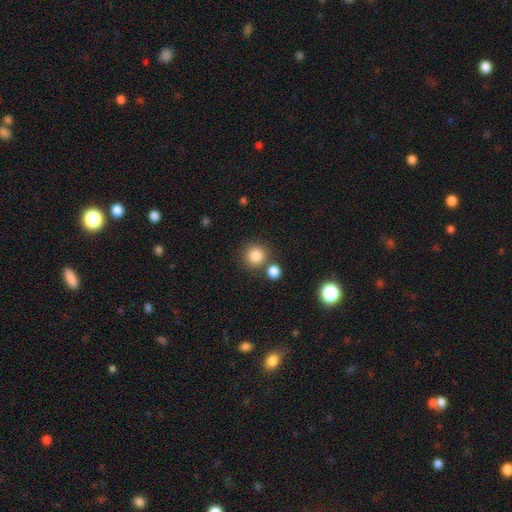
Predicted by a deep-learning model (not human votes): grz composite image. It shows a smooth galaxy with no disk features (84%) that is round (92%). Merging: none (74%).